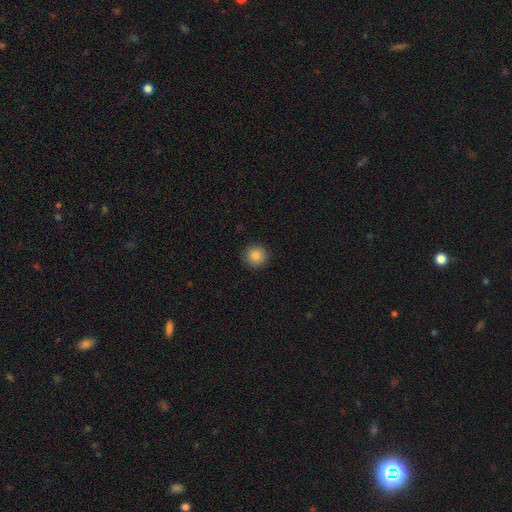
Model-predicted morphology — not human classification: This appears to be a smooth galaxy with no disk features (85%) that is round (94%). Merging: none (92%).